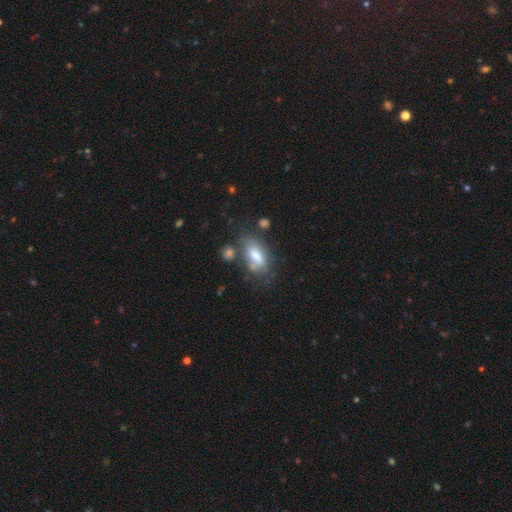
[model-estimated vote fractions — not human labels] This is likely a smooth galaxy (67%). How rounded: clearly in between (83%). Merging: possibly none (52%).